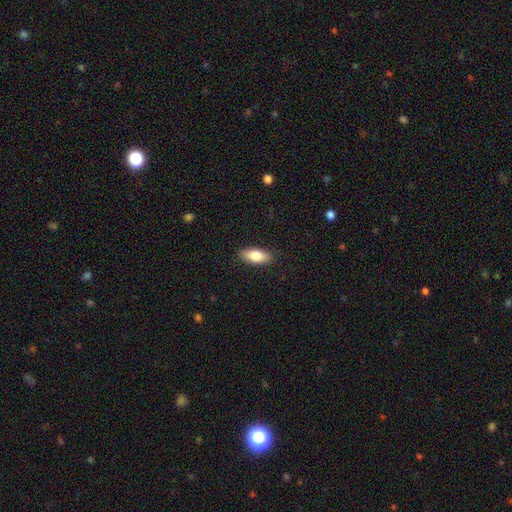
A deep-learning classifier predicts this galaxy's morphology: Q: Smooth or featured?
A: smooth (79%); runner-up: featured or disk (15%)
Q: How rounded?
A: in between (80%); runner-up: cigar-shaped (17%)
Q: Merging?
A: none (88%); runner-up: minor disturbance (9%)